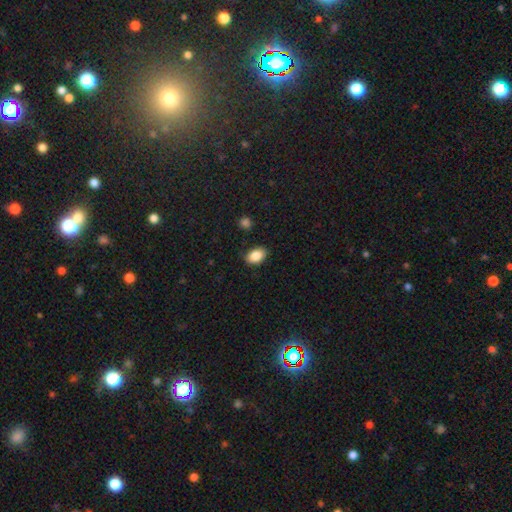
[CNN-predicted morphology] smooth-or-featured: smooth: 87% | star or artifact: 8% | featured or disk: 5%
  how-rounded: in between: 85% | round: 14% | cigar-shaped: 1%
  merging: none: 86% | minor disturbance: 10% | major disturbance: 2% | merger: 2%